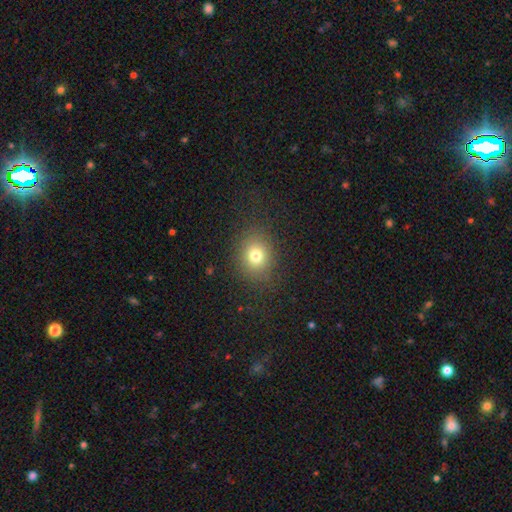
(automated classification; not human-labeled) smooth-or-featured: smooth: 75% | star or artifact: 15% | featured or disk: 10%
  how-rounded: round: 68% | in between: 31% | cigar-shaped: 1%
  merging: none: 83% | minor disturbance: 10% | major disturbance: 6% | merger: 1%